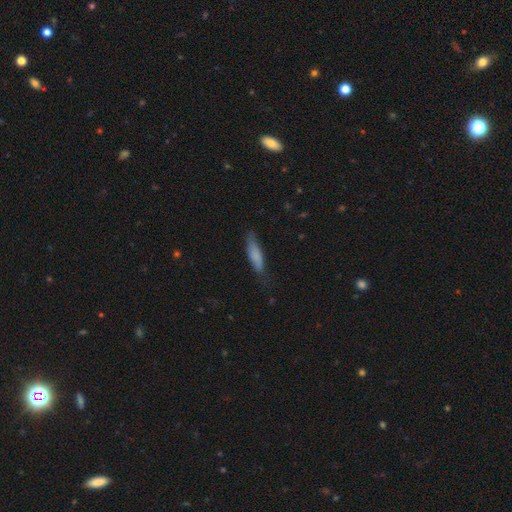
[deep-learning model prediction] A smooth galaxy with no disk features (77%) that is cigar-shaped (70%). Merging: none (69%).